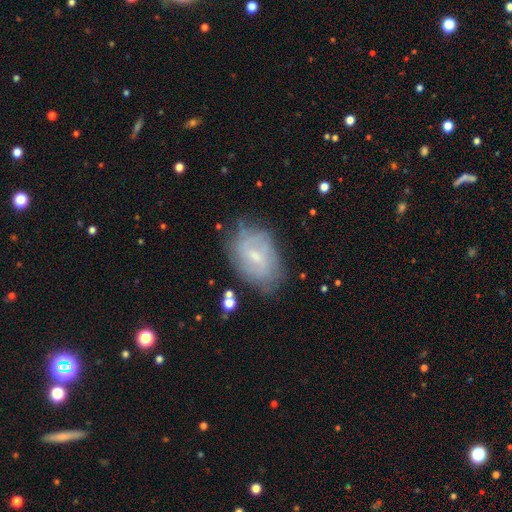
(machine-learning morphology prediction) Smooth or featured: featured or disk — 58% (smooth — 33%)
Edge-on disk: no — 95% (yes — 5%)
Bar: weak — 57% (no — 32%)
Spiral arms: yes — 70% (no — 30%)
Bulge size: small — 53% (moderate — 33%)
Merging: none — 65% (minor disturbance — 24%)